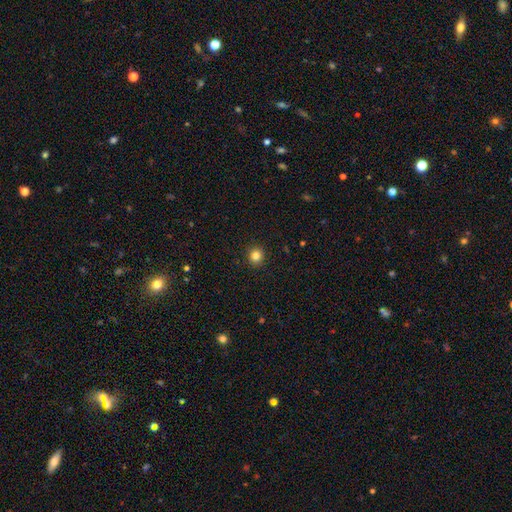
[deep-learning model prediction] smooth_or_featured: smooth (p=0.83) [alt: star or artifact p=0.12]
how_rounded: round (p=0.89) [alt: in between p=0.10]
merging: none (p=0.92) [alt: minor disturbance p=0.05]